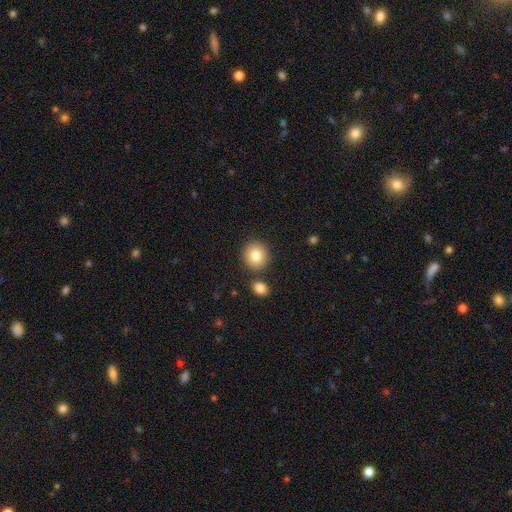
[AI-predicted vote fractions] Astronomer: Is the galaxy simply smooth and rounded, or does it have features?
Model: smooth — 82%.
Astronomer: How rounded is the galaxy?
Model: round — 90%.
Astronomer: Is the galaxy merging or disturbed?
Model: none — 82%.